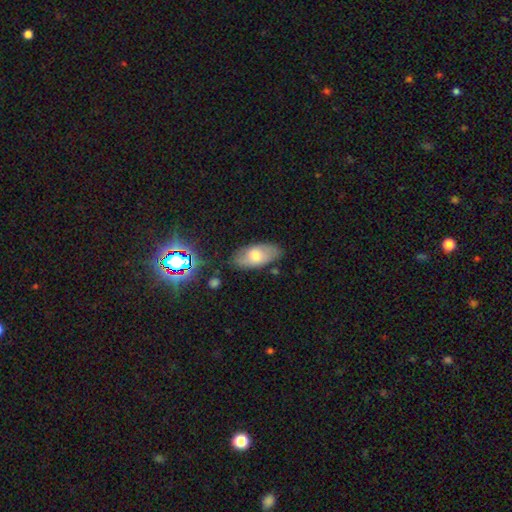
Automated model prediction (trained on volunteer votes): Smooth or featured?
  - smooth: 66% *
  - featured or disk: 26%
  - star or artifact: 8%
How rounded?
  - in between: 92% *
  - cigar-shaped: 4%
  - round: 3%
Merging?
  - none: 77% *
  - minor disturbance: 17%
  - major disturbance: 4%
  - merger: 3%